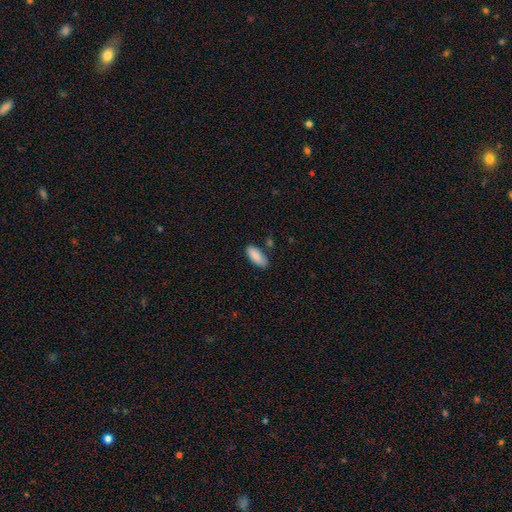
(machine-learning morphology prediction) Smooth or featured: smooth — 89% (star or artifact — 6%)
How rounded: in between — 82% (cigar-shaped — 16%)
Merging: none — 79% (minor disturbance — 14%)